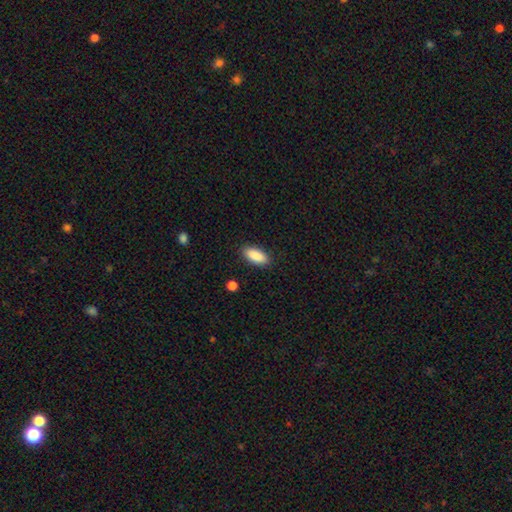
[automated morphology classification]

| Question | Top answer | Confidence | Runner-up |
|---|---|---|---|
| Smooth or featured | smooth | 89% | star or artifact (6%) |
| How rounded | in between | 84% | cigar-shaped (13%) |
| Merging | none | 88% | minor disturbance (8%) |